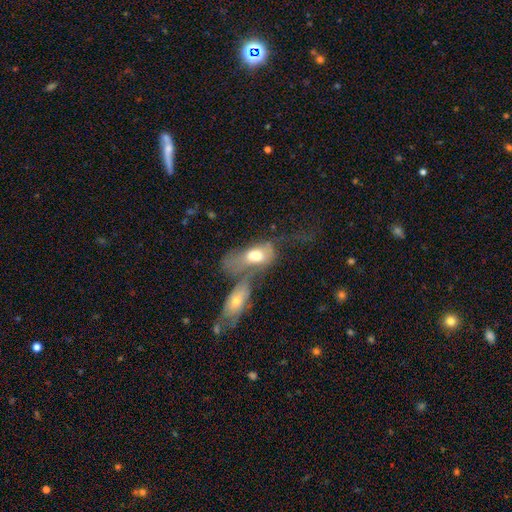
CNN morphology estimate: type=smooth (58%); roundness=in between (85%); merging=merger (64%).